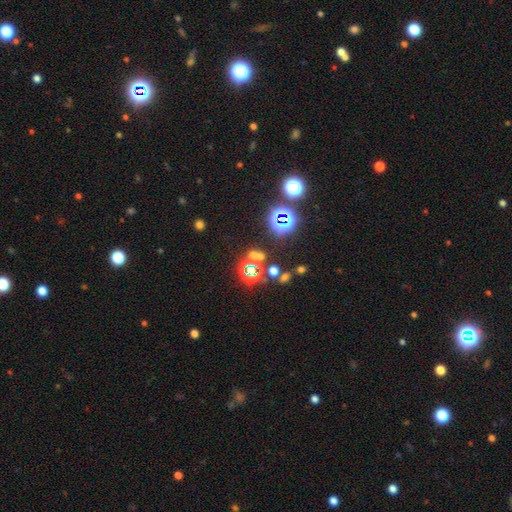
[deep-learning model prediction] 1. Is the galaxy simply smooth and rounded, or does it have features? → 58% star or artifact, 31% smooth, 11% featured or disk.